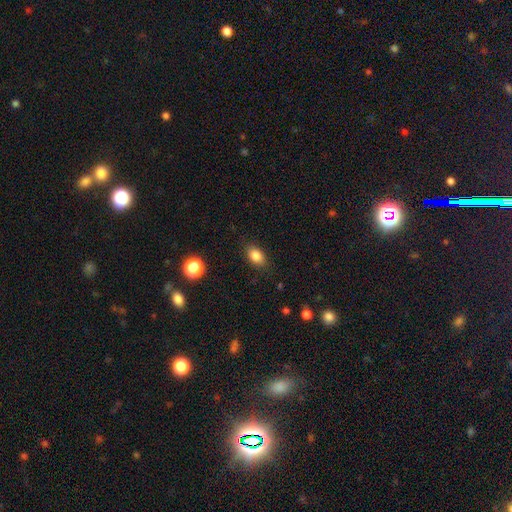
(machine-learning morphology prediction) type=smooth (84%); roundness=in between (85%); merging=none (86%).